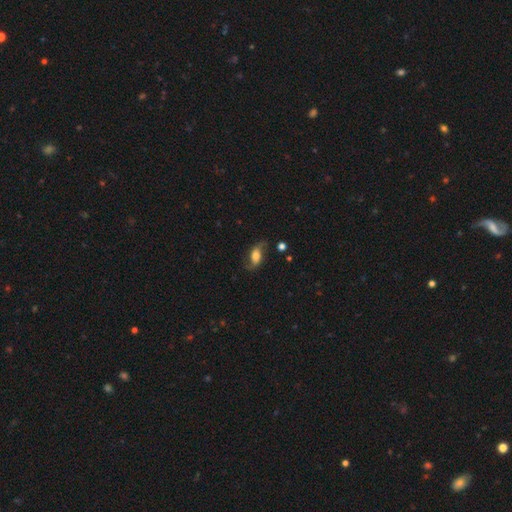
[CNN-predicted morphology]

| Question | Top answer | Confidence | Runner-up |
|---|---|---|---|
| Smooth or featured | featured or disk | 57% | smooth (34%) |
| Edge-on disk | no | 92% | yes (8%) |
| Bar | no | 47% | weak (35%) |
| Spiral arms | yes | 89% | no (11%) |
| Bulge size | moderate | 37% | large (35%) |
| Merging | none | 69% | minor disturbance (19%) |